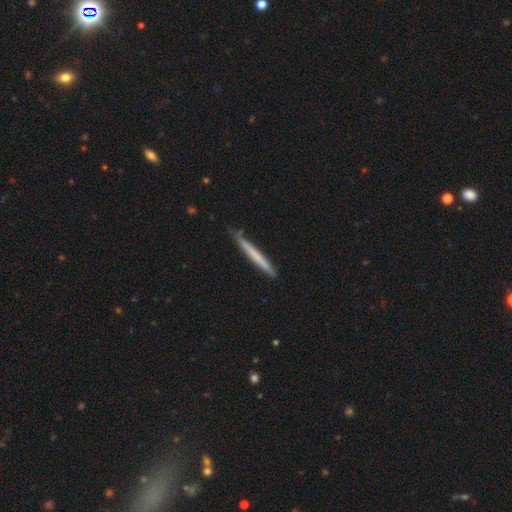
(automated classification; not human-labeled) Smooth or featured: smooth — 61% (featured or disk — 34%)
How rounded: cigar-shaped — 97% (in between — 2%)
Merging: none — 81% (minor disturbance — 15%)